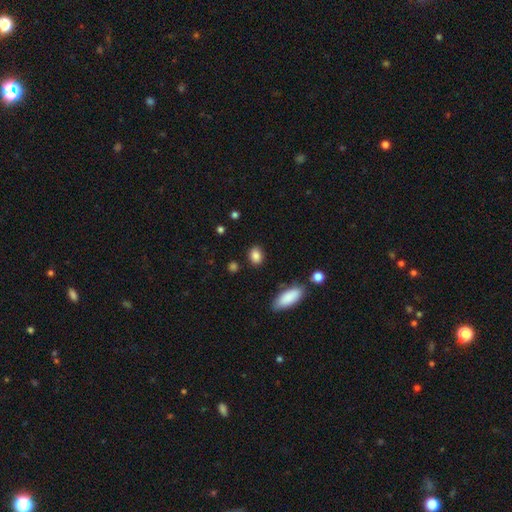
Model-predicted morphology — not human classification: type=smooth (87%); roundness=in between (74%); merging=none (84%).